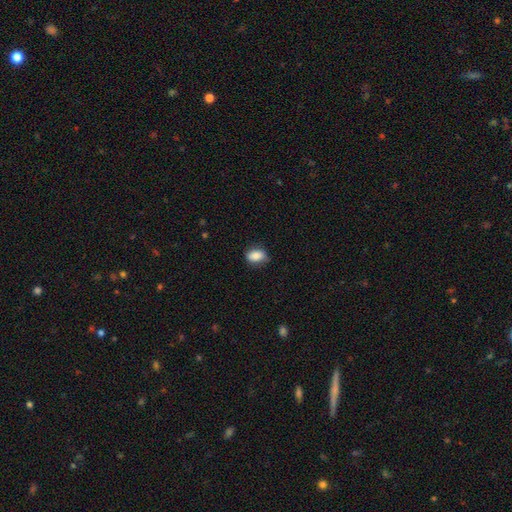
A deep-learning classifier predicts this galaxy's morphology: type=smooth (86%); roundness=in between (81%); merging=none (74%).